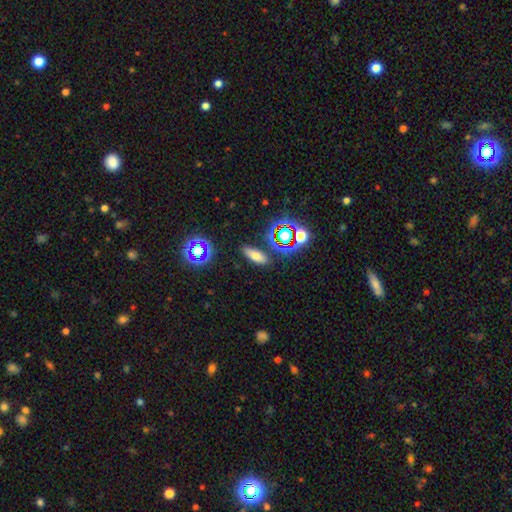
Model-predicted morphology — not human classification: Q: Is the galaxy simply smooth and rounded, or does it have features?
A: smooth — 62%.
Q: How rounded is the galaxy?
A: in between — 65%.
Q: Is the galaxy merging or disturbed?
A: none — 85%.